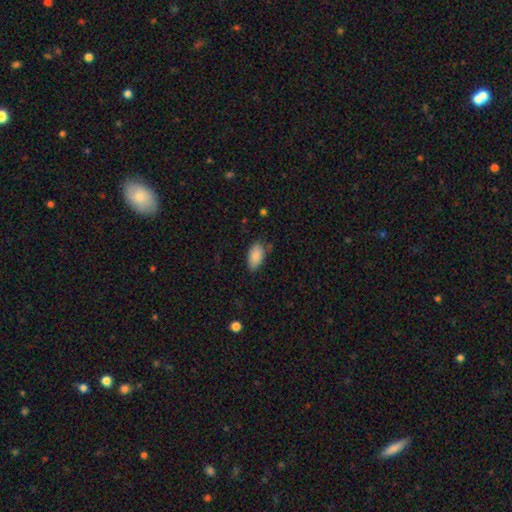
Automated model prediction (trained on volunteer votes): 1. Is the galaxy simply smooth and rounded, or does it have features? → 88% smooth, 7% star or artifact, 5% featured or disk.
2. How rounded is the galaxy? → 94% in between, 3% round, 3% cigar-shaped.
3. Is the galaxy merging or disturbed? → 76% none, 18% minor disturbance, 4% major disturbance, 2% merger.